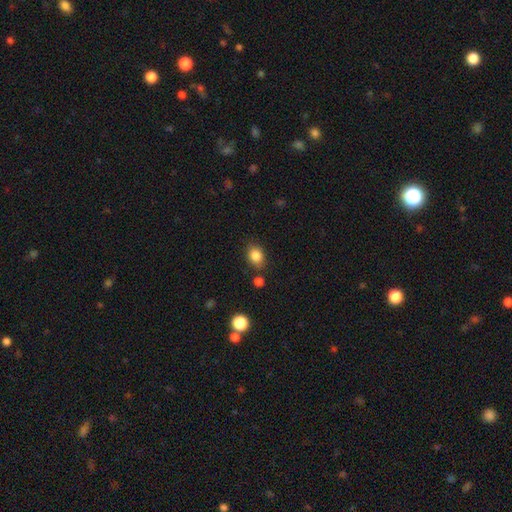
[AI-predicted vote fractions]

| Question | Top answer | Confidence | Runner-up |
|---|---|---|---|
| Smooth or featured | smooth | 85% | star or artifact (9%) |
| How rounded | in between | 61% | round (38%) |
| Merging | none | 77% | minor disturbance (14%) |